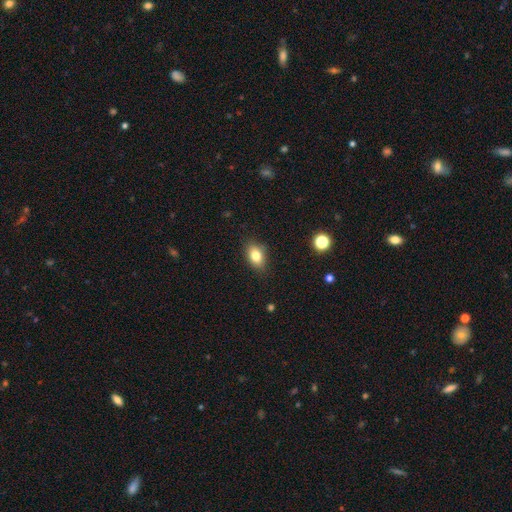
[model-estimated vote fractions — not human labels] The model was most divided on "how rounded": in between: 81%, round: 17%, cigar-shaped: 2%. More confident: merging — none (85%); smooth or featured — smooth (82%).